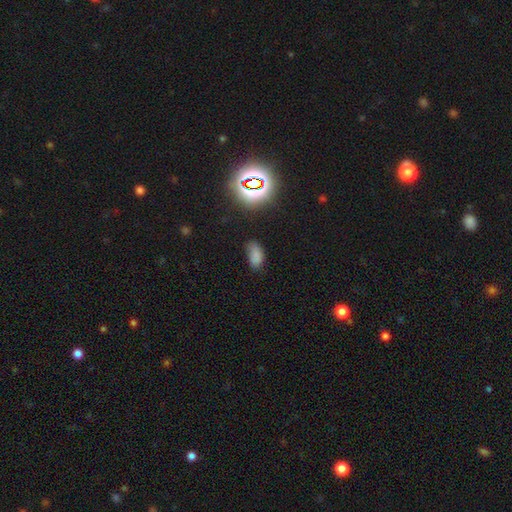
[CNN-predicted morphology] A smooth galaxy with no disk features (73%) that is in between round and cigar-shaped (92%). Merging: none (62%).